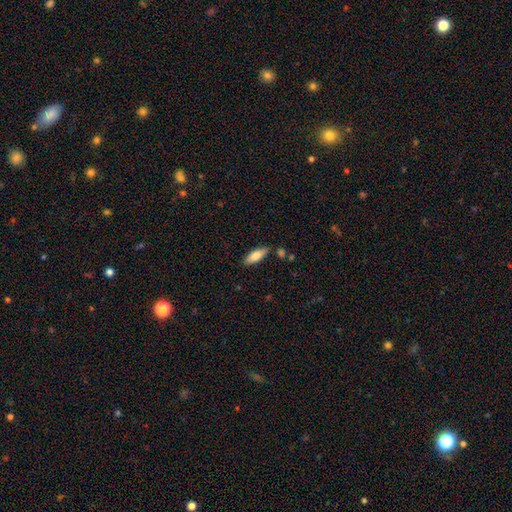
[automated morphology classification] A smooth galaxy with no disk features (75%) that is in between round and cigar-shaped (63%).

Vote fractions:
- Smooth or featured? smooth: 75% / featured or disk: 19% / star or artifact: 6%
- How rounded? in between: 63% / cigar-shaped: 35% / round: 2%
- Merging? none: 82% / minor disturbance: 12% / merger: 4% / major disturbance: 2%